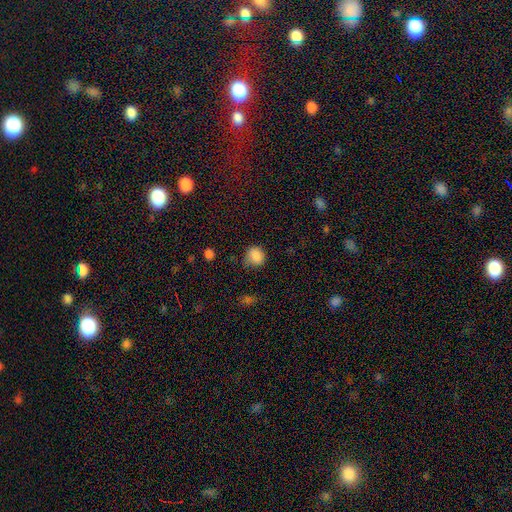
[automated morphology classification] type=smooth (85%); roundness=round (74%); merging=none (59%).